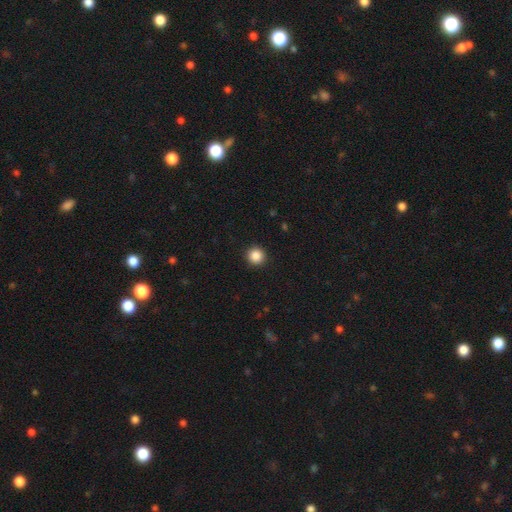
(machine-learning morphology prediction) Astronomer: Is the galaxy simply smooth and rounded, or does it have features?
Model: smooth — 87%.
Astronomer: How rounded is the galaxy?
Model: round — 95%.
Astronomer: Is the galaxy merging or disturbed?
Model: none — 93%.